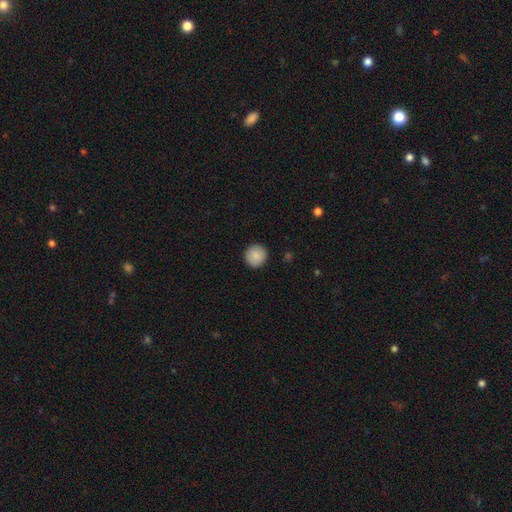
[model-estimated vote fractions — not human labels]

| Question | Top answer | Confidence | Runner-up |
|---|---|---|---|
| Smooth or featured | smooth | 89% | star or artifact (7%) |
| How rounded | round | 95% | in between (4%) |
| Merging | none | 92% | minor disturbance (5%) |